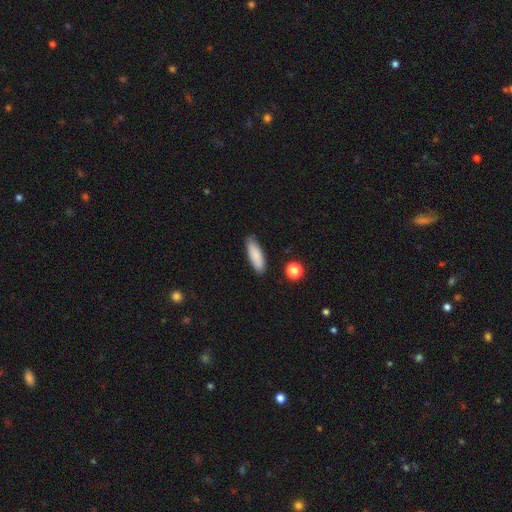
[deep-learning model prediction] smooth 86%, featured or disk 7%, star or artifact 7%. Down the decision tree: how rounded — in between (52%); merging — none (86%).